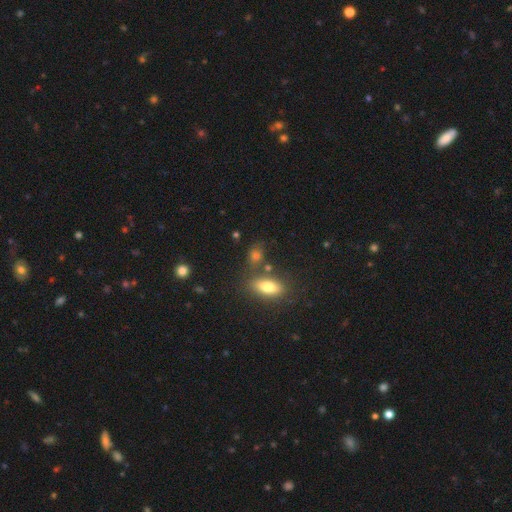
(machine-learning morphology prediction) smooth_or_featured: smooth (p=0.72) [alt: star or artifact p=0.16]
how_rounded: in between (p=0.58) [alt: round p=0.34]
merging: none (p=0.65) [alt: minor disturbance p=0.15]